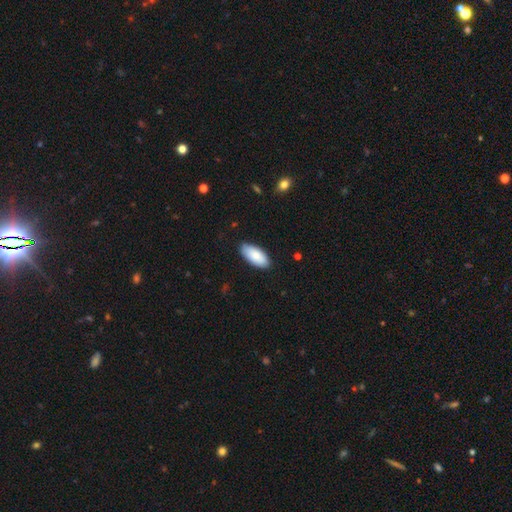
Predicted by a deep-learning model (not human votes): Q: Smooth or featured?
A: smooth (86%); runner-up: featured or disk (9%)
Q: How rounded?
A: in between (91%); runner-up: cigar-shaped (7%)
Q: Merging?
A: none (85%); runner-up: minor disturbance (12%)